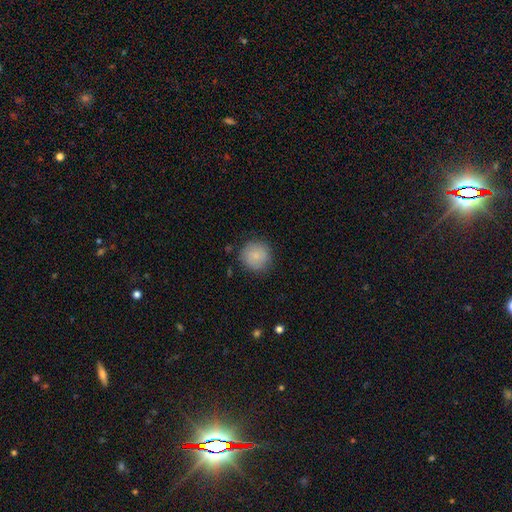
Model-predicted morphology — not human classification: Q: Smooth or featured?
A: smooth (84%); runner-up: featured or disk (8%)
Q: How rounded?
A: round (93%); runner-up: in between (6%)
Q: Merging?
A: none (84%); runner-up: minor disturbance (12%)